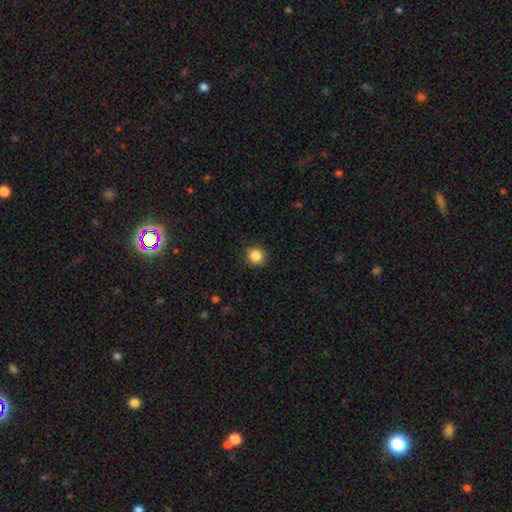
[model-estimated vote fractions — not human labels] The model was most divided on "smooth or featured": smooth: 86%, star or artifact: 10%, featured or disk: 4%. More confident: how rounded — round (91%); merging — none (91%).